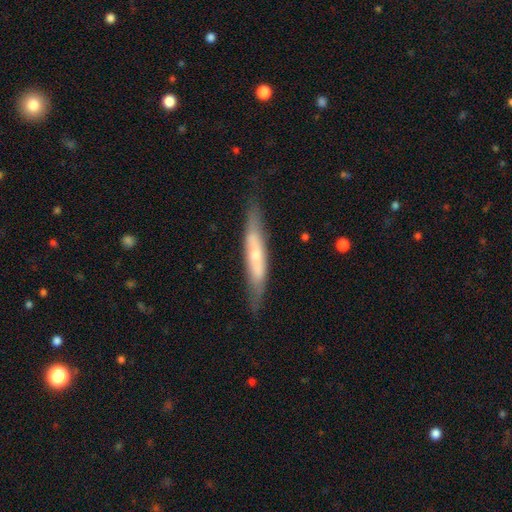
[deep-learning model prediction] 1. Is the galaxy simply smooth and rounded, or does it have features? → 55% featured or disk, 39% smooth, 6% star or artifact.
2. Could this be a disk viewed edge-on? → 72% yes, 28% no.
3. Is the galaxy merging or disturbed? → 76% none, 17% minor disturbance, 5% major disturbance, 2% merger.